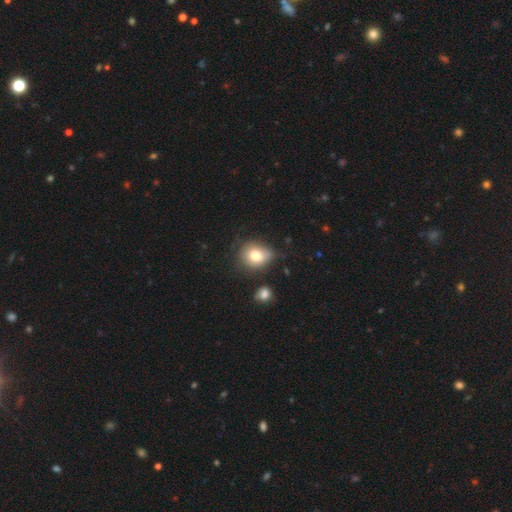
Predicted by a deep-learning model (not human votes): Smooth or featured?
  - smooth: 78% *
  - featured or disk: 13%
  - star or artifact: 9%
How rounded?
  - round: 62% *
  - in between: 37%
  - cigar-shaped: 1%
Merging?
  - none: 61% *
  - minor disturbance: 25%
  - major disturbance: 7%
  - merger: 6%